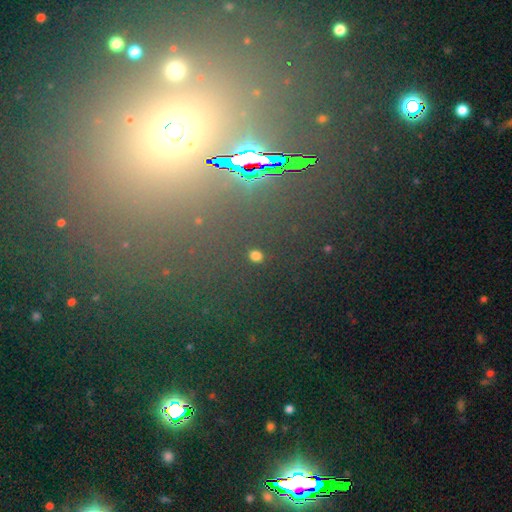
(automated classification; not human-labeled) Smooth or featured? Predicted: smooth (p=0.73). How rounded? Predicted: round (p=0.69). Merging? Predicted: none (p=0.88).